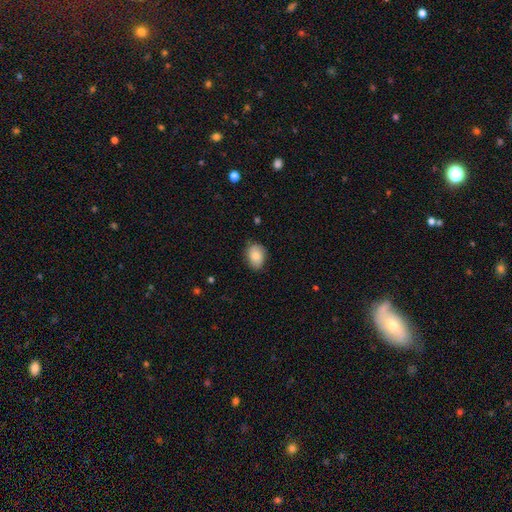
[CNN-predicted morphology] smooth 79%, featured or disk 14%, star or artifact 7%. Down the decision tree: how rounded — in between (68%); merging — none (75%).